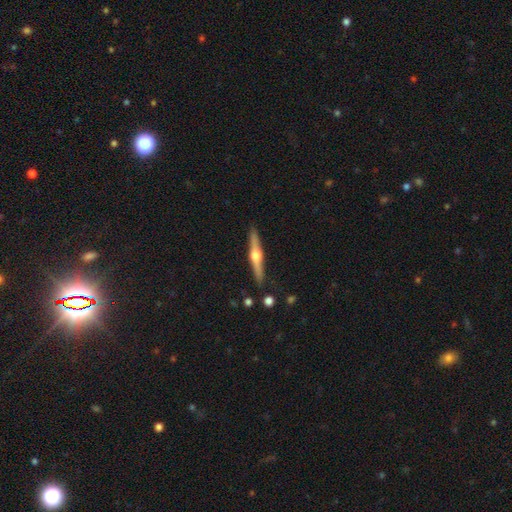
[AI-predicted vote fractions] Q: Smooth or featured?
A: featured or disk (73%); runner-up: smooth (21%)
Q: Edge-on disk?
A: yes (98%); runner-up: no (2%)
Q: Edge-on bulge?
A: rounded (94%); runner-up: boxy (3%)
Q: Merging?
A: none (89%); runner-up: minor disturbance (8%)